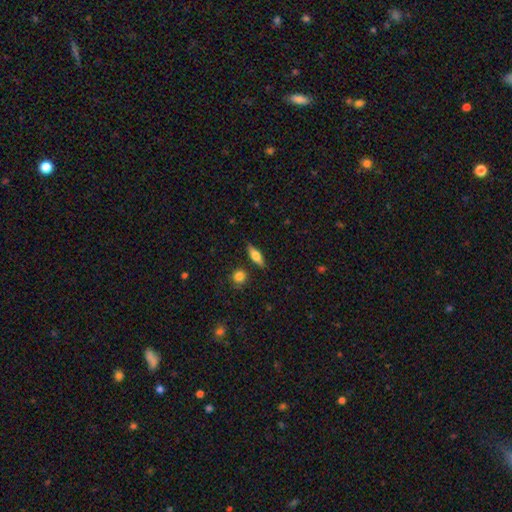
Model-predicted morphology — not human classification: A smooth galaxy with no disk features (53%) that is in between round and cigar-shaped (56%). Merging: none (84%).